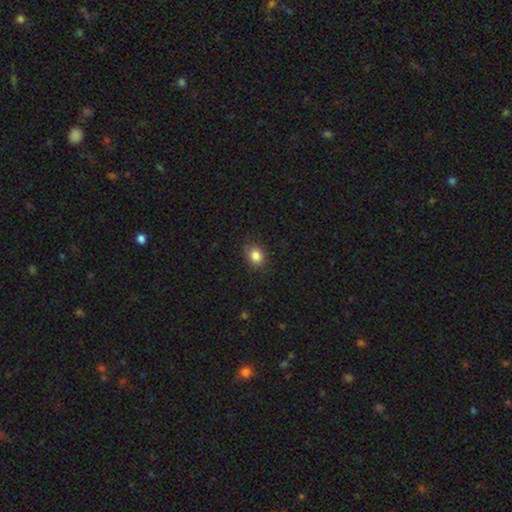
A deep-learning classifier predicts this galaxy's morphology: A smooth galaxy with no disk features (85%) that is round (58%). Merging: none (83%).